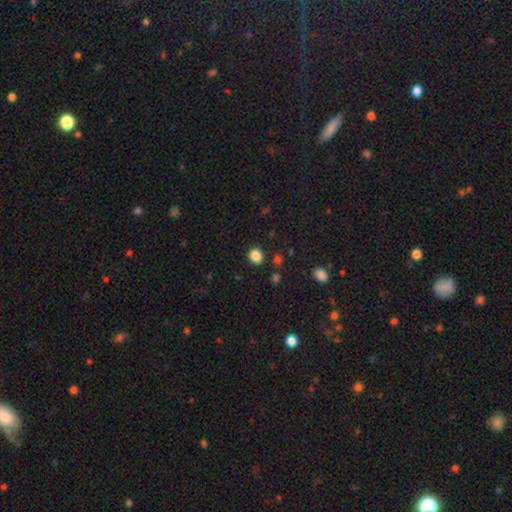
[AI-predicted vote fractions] The model was most divided on "how rounded": round: 68%, in between: 31%, cigar-shaped: 1%. More confident: merging — none (88%); smooth or featured — smooth (86%).